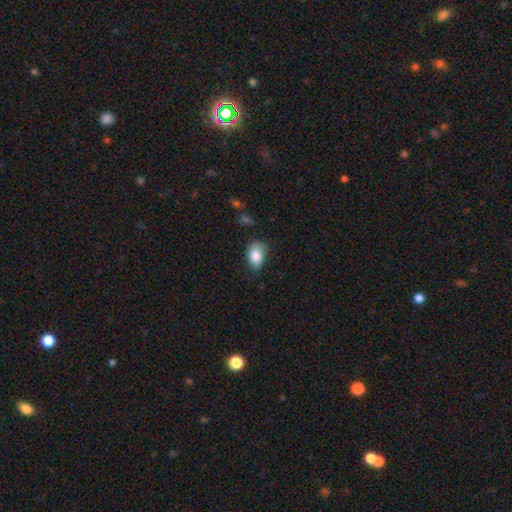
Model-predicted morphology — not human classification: This is clearly a smooth galaxy (84%). How rounded: clearly in between (84%). Merging: possibly none (60%).